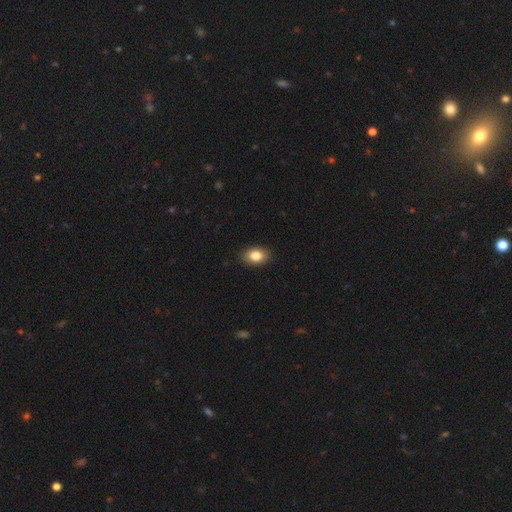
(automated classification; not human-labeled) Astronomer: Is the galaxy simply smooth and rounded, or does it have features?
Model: smooth — 84%.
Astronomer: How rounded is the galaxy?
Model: in between — 84%.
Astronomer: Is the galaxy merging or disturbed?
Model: none — 89%.